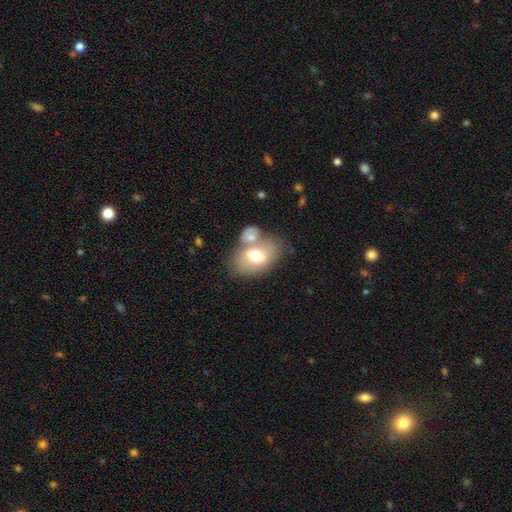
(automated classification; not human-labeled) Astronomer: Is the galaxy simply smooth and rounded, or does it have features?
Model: smooth — 62%.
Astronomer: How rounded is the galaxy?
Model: in between — 84%.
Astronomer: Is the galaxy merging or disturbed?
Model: none — 44% (runner-up: merger, 37%).